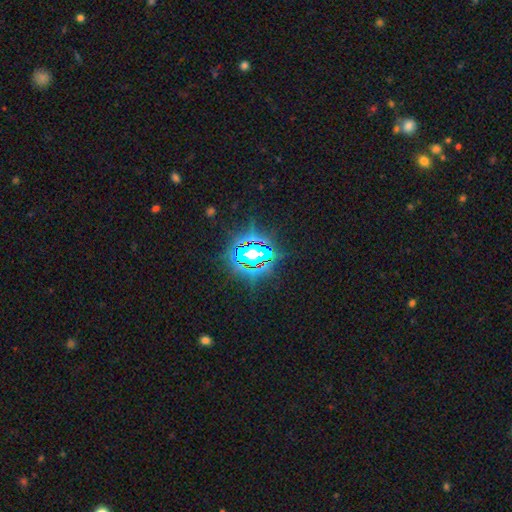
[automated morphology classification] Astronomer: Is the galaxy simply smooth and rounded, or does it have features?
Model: star or artifact — 82%.